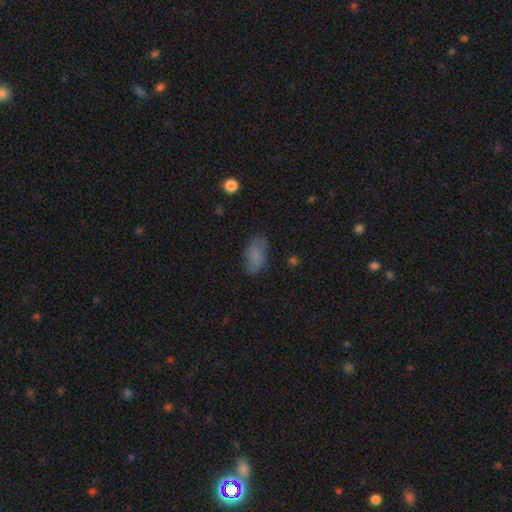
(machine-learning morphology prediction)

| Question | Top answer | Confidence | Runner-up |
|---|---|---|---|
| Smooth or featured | smooth | 78% | featured or disk (12%) |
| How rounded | in between | 92% | round (5%) |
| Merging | none | 73% | minor disturbance (19%) |